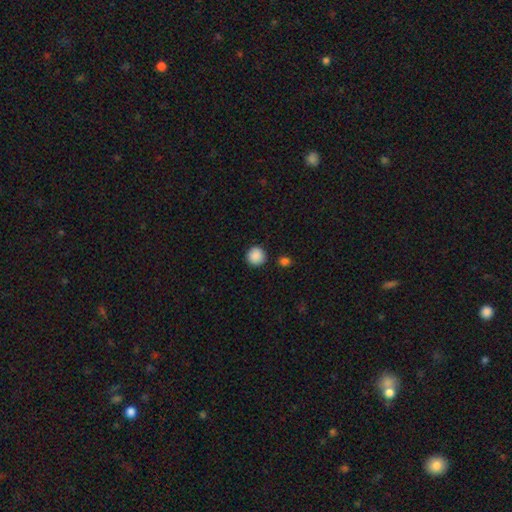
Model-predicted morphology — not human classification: type=smooth (89%); roundness=round (94%); merging=none (88%).